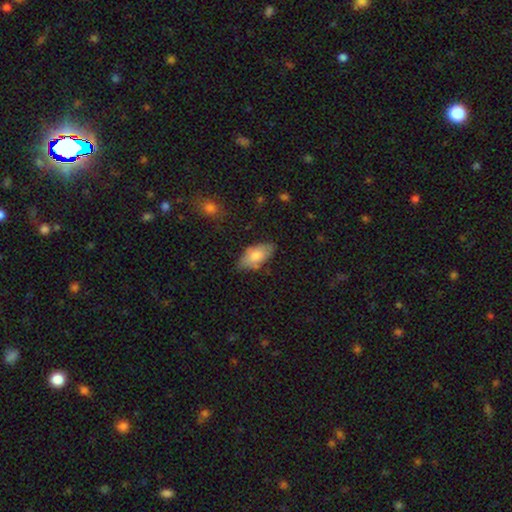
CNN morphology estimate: Smooth or featured? smooth (78%)
How rounded? in between (92%)
Merging? none (67%)